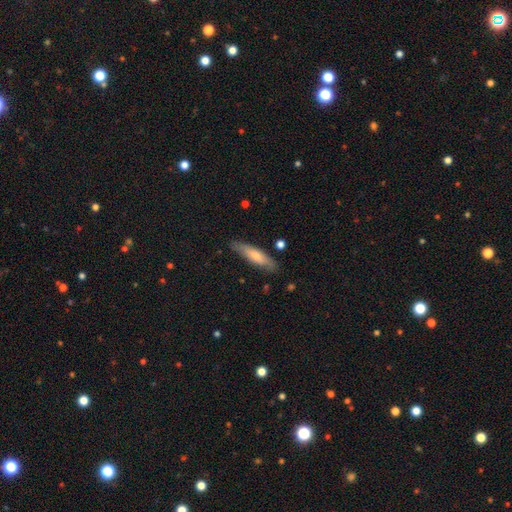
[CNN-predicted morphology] Q: Smooth or featured?
A: smooth (63%); runner-up: featured or disk (31%)
Q: How rounded?
A: cigar-shaped (72%); runner-up: in between (26%)
Q: Merging?
A: none (80%); runner-up: minor disturbance (15%)